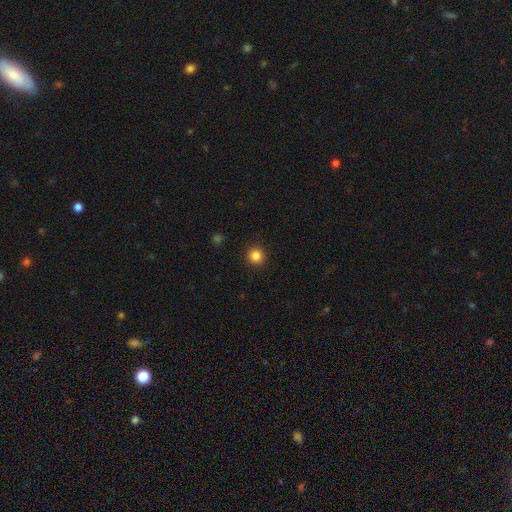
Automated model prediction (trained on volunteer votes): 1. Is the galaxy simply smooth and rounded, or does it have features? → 85% smooth, 12% star or artifact, 4% featured or disk.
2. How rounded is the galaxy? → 95% round, 4% in between, 1% cigar-shaped.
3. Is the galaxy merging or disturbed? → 92% none, 5% minor disturbance, 2% major disturbance, 1% merger.